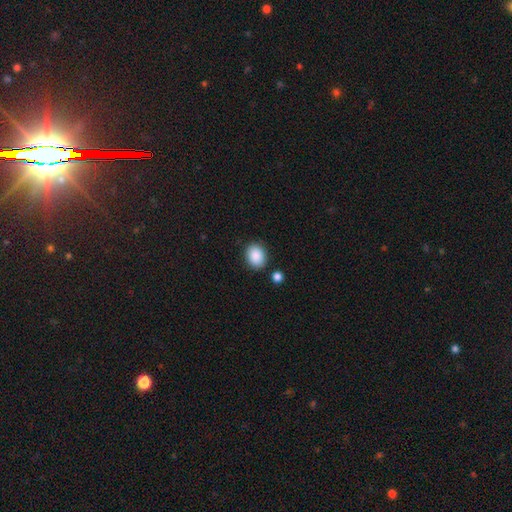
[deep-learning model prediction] Smooth or featured? smooth (89%)
How rounded? in between (62%)
Merging? none (83%)